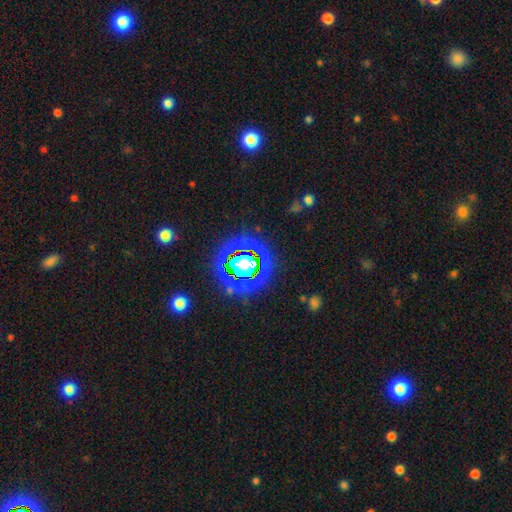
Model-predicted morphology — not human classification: Q: Smooth or featured?
A: star or artifact (80%); runner-up: smooth (12%)